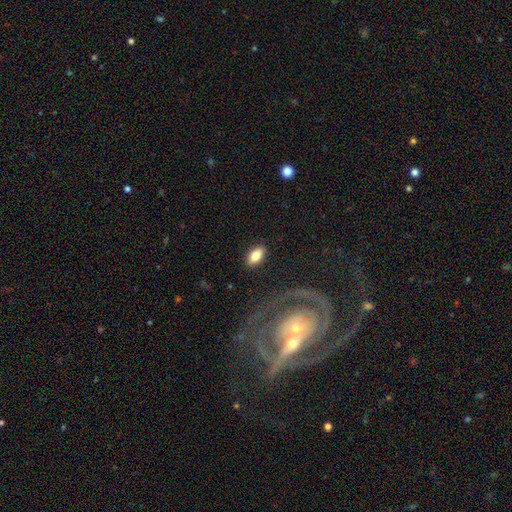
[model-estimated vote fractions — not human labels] Q: Smooth or featured?
A: smooth (79%); runner-up: featured or disk (14%)
Q: How rounded?
A: in between (91%); runner-up: cigar-shaped (5%)
Q: Merging?
A: none (87%); runner-up: minor disturbance (9%)